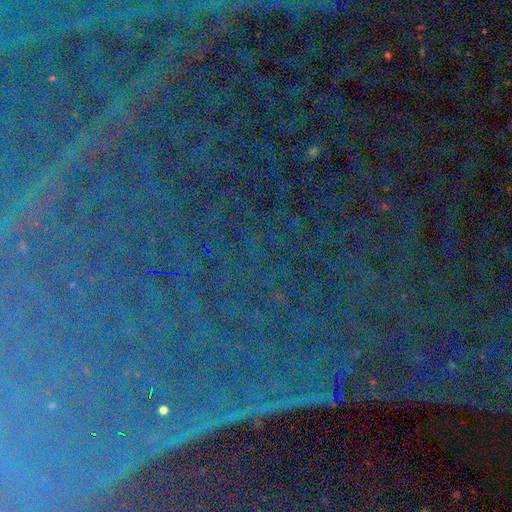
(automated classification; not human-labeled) Smooth or featured? Predicted: star or artifact (p=0.87).